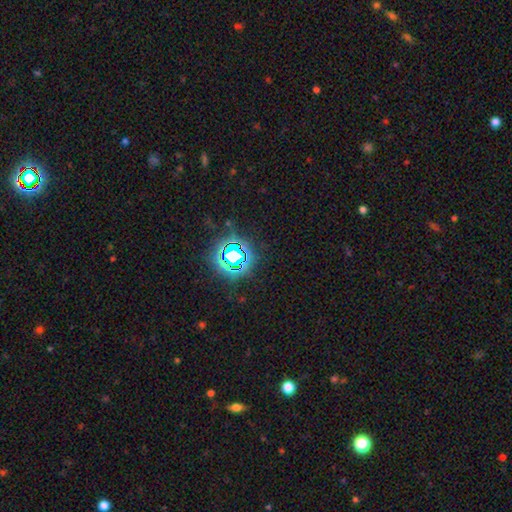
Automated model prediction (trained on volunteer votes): The model was most divided on "smooth or featured": star or artifact: 82%, smooth: 12%, featured or disk: 6%.